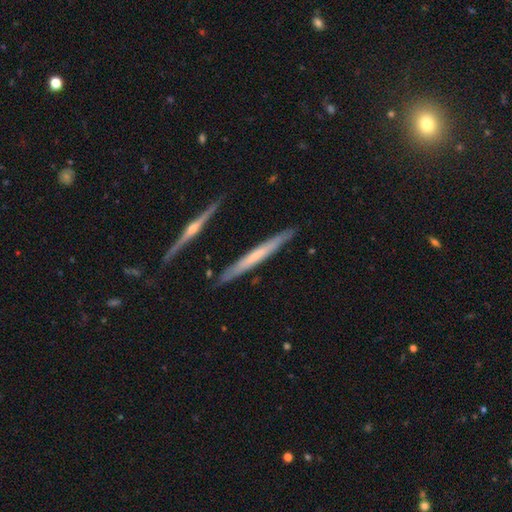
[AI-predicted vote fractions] The model was most divided on "smooth or featured": featured or disk: 57%, smooth: 37%, star or artifact: 6%. More confident: edge-on disk — yes (95%); merging — none (86%); edge-on bulge — none (62%).